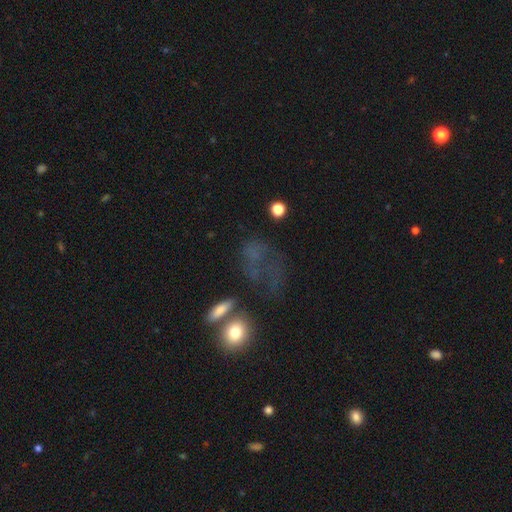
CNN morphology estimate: Smooth or featured?
  - smooth: 49% *
  - featured or disk: 30%
  - star or artifact: 21%
Merging?
  - major disturbance: 38% *
  - none: 32%
  - minor disturbance: 18%
  - merger: 12%